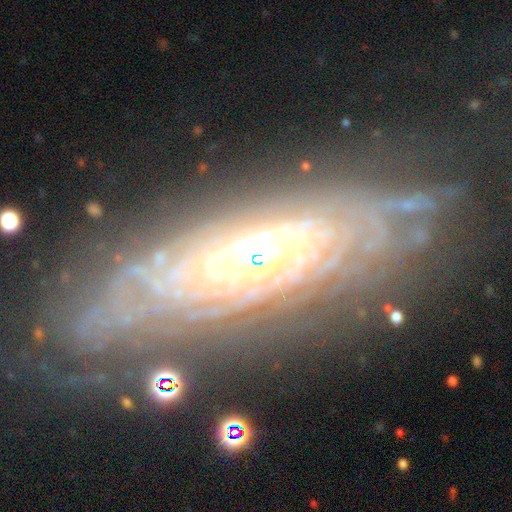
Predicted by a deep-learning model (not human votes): Smooth or featured? Predicted: featured or disk (p=0.86). Edge-on disk? Predicted: no (p=0.82). Bar? Predicted: no (p=0.74). Spiral arms? Predicted: yes (p=0.90). Spiral winding? Predicted: tight (p=0.81). Spiral arm count? Predicted: can't tell (p=0.52). Bulge size? Predicted: moderate (p=0.55). Merging? Predicted: none (p=0.68).